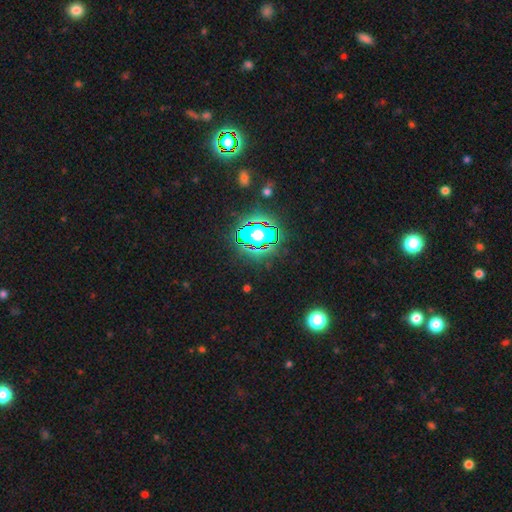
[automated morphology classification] The model was most divided on "smooth or featured": star or artifact: 79%, smooth: 12%, featured or disk: 8%.